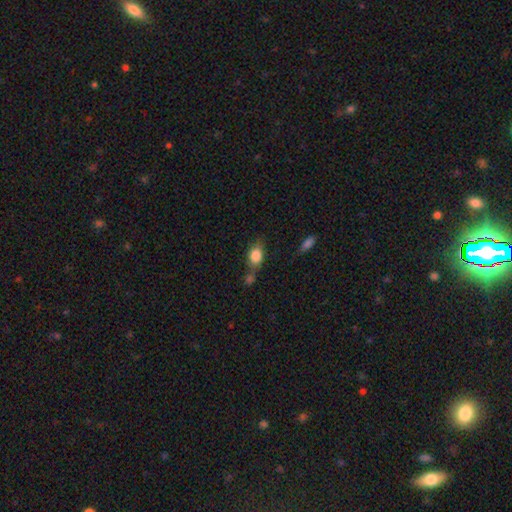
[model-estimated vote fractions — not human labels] Smooth or featured? smooth (82%)
How rounded? in between (73%)
Merging? none (46%)